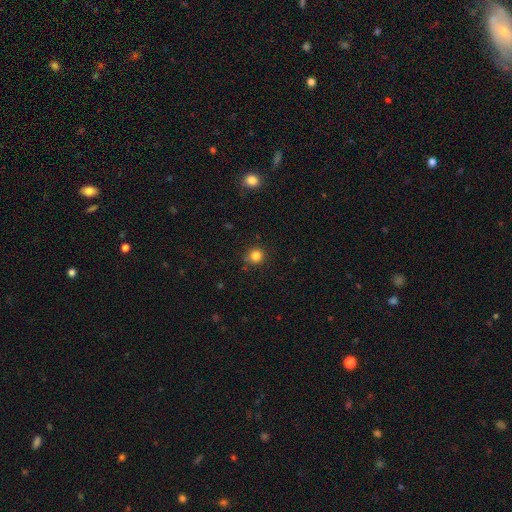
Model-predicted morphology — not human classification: This is clearly a smooth galaxy (83%). How rounded: clearly round (91%). Merging: clearly none (84%).